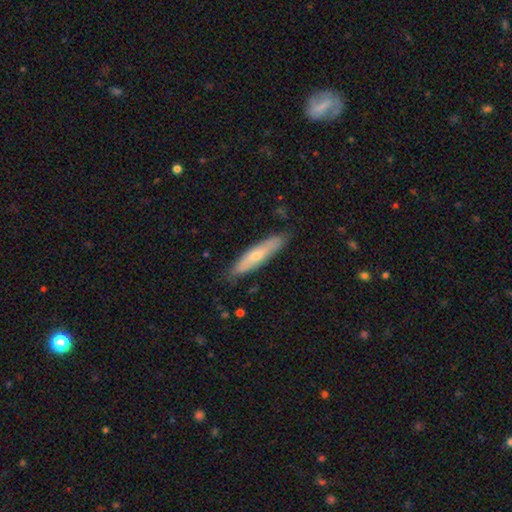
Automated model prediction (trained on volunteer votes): Morphology: type=smooth (52%); roundness=cigar-shaped (81%); merging=none (83%).